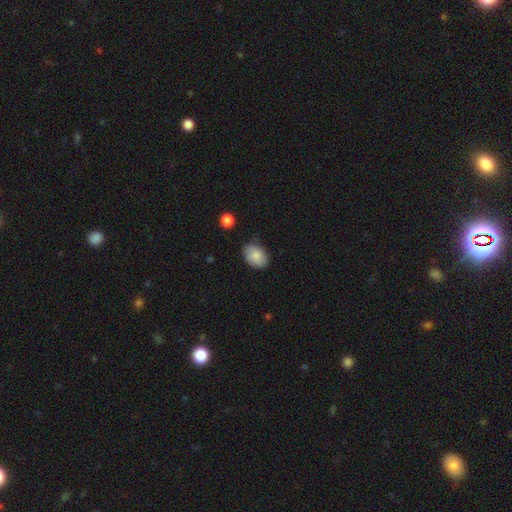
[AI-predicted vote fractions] A smooth galaxy with no disk features (82%) that is in between round and cigar-shaped (81%). Merging: none (75%).